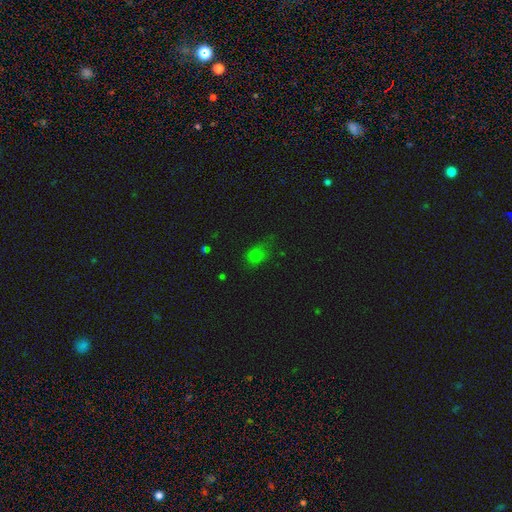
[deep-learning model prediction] smooth-or-featured: smooth: 71% | star or artifact: 20% | featured or disk: 8%
  how-rounded: in between: 70% | round: 27% | cigar-shaped: 3%
  merging: none: 45% | minor disturbance: 32% | major disturbance: 19% | merger: 3%